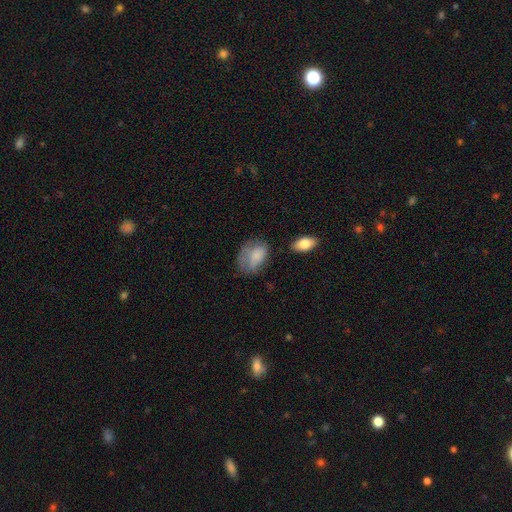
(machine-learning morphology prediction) This is likely a smooth galaxy (74%). How rounded: clearly in between (81%). Merging: marginally none (39%).